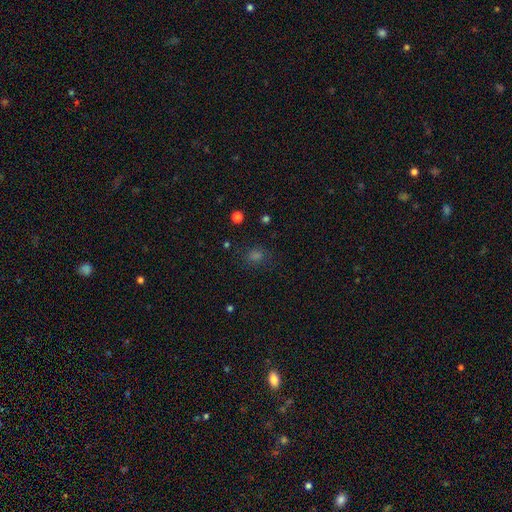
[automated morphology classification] Smooth or featured? smooth (58%)
How rounded? round (73%)
Merging? none (81%)